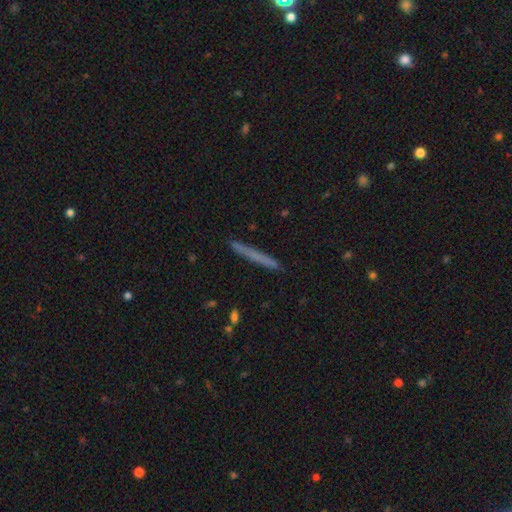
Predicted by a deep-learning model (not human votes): This appears to be a smooth galaxy with no disk features (61%) that is cigar-shaped (96%). Merging: none (91%).